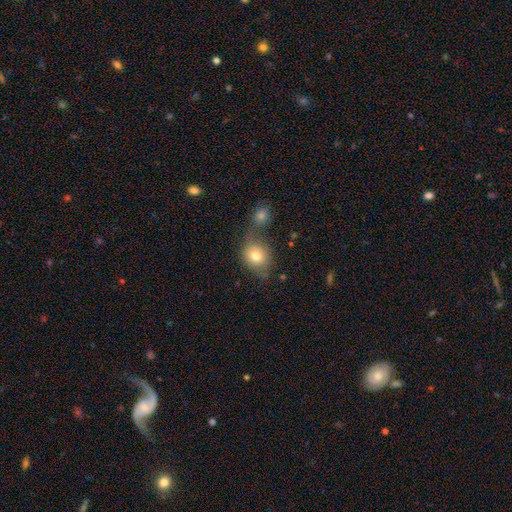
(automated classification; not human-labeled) Smooth or featured? smooth (78%)
How rounded? round (69%)
Merging? none (46%)